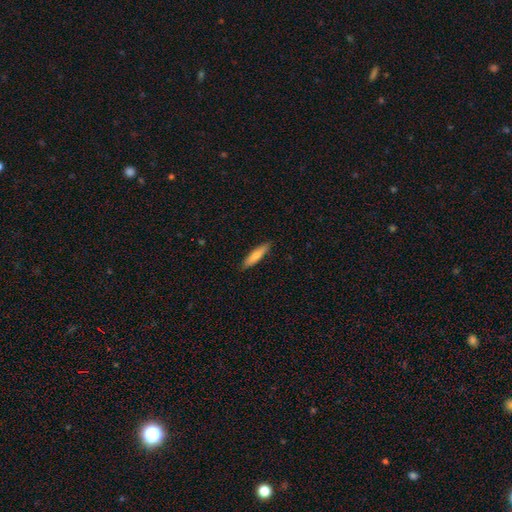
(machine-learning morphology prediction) The model was most divided on "smooth or featured": smooth: 75%, featured or disk: 19%, star or artifact: 6%. More confident: merging — none (89%); how rounded — cigar-shaped (80%).